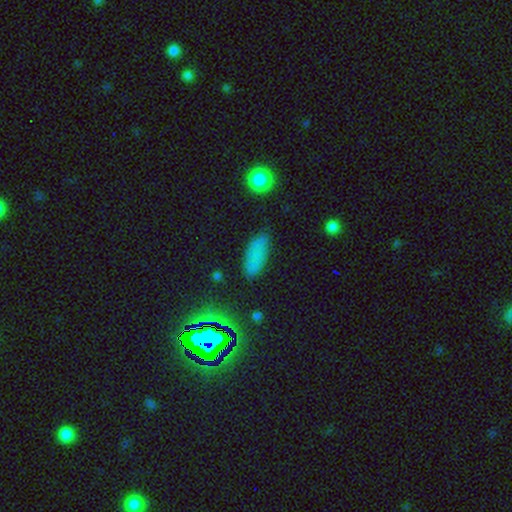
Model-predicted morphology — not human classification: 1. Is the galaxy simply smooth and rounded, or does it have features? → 73% smooth, 18% star or artifact, 9% featured or disk.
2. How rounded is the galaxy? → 70% in between, 27% cigar-shaped, 4% round.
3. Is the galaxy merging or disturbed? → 77% none, 16% minor disturbance, 5% major disturbance, 2% merger.